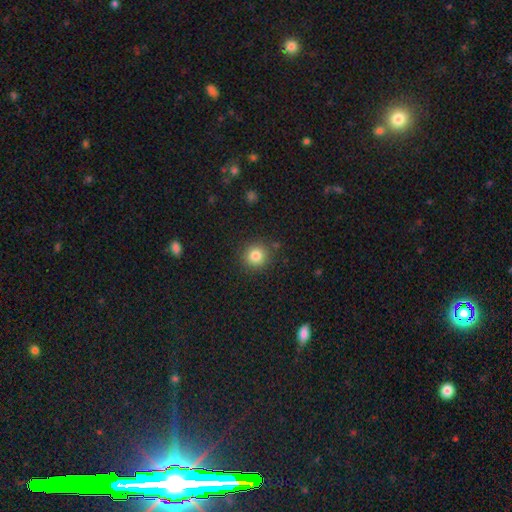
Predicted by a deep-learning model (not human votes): This is clearly a smooth galaxy (83%). How rounded: clearly round (92%). Merging: clearly none (87%).